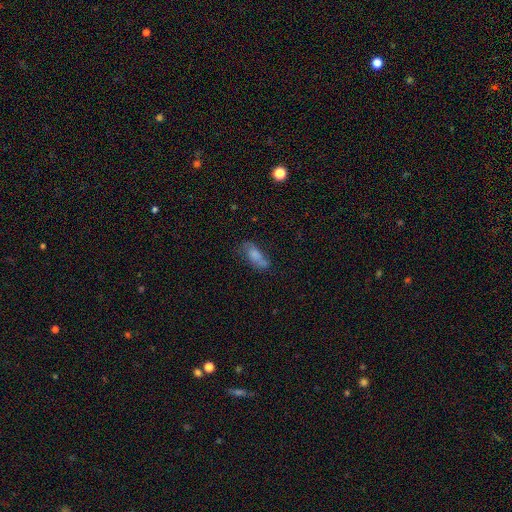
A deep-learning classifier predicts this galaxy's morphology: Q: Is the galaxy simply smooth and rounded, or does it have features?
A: smooth — 66%.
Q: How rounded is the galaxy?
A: in between — 78%.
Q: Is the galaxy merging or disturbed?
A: none — 45%.